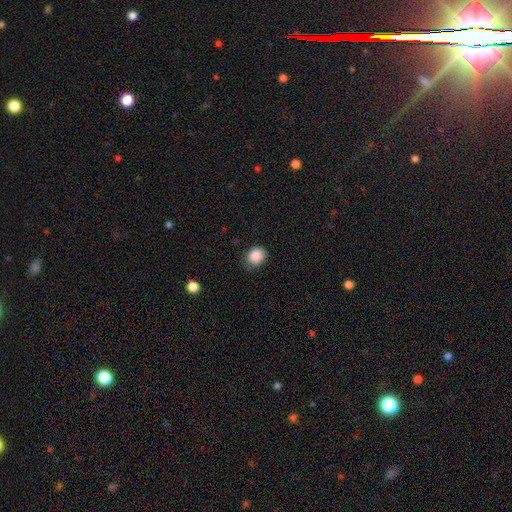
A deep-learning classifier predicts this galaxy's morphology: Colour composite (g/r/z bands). It shows a smooth galaxy with no disk features (88%) that is round (63%). Merging: none (78%).